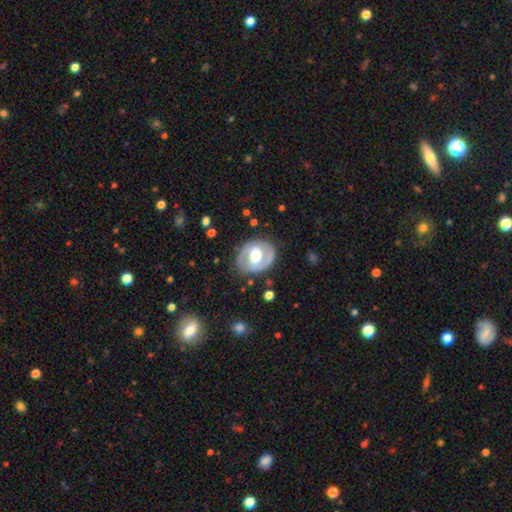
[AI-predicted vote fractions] This is likely a featured or disk galaxy (68%). It is clearly not viewed edge-on (96%). Bar: marginally no (40%). Spiral arm pattern: possibly yes (54%). Central bulge: possibly moderate (56%). Merging: likely none (78%).